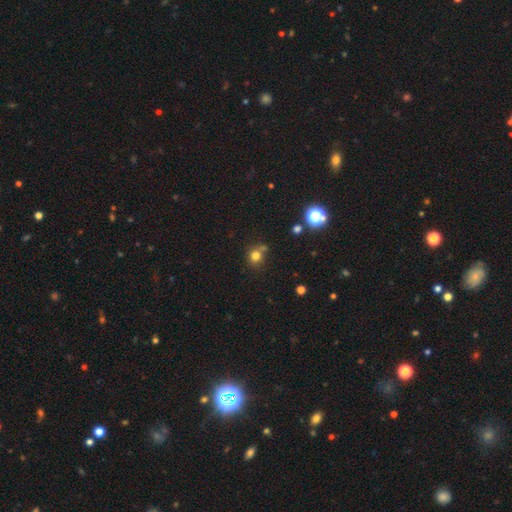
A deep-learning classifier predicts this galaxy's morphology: Smooth or featured? Predicted: smooth (p=0.76). How rounded? Predicted: round (p=0.86). Merging? Predicted: none (p=0.65).